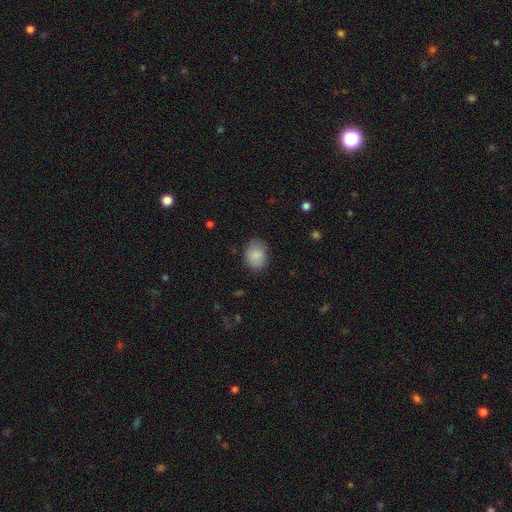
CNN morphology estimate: Smooth or featured? Predicted: smooth (p=0.86). How rounded? Predicted: in between (p=0.61). Merging? Predicted: none (p=0.79).